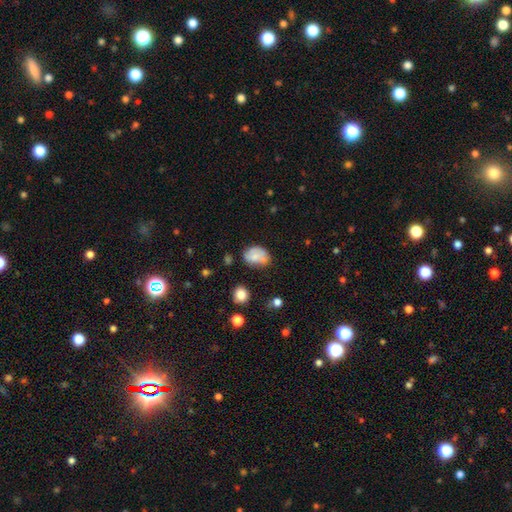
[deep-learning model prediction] Overall: smooth (73%). How rounded: in between (77%). Merging: none (49%; minor disturbance 35%).